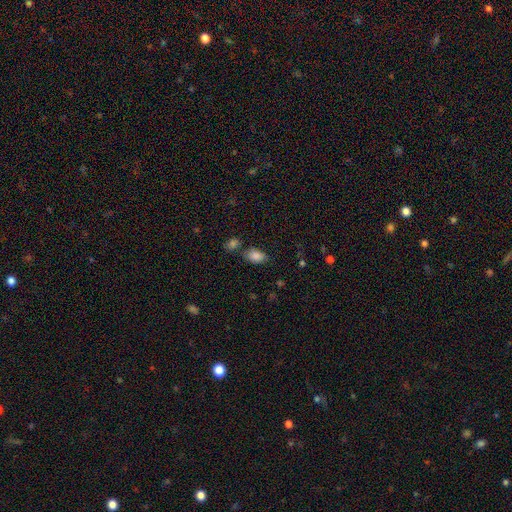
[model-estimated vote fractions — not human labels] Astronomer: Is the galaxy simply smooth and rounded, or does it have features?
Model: smooth — 84%.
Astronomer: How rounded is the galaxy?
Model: in between — 89%.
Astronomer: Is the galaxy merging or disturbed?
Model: none — 69%.